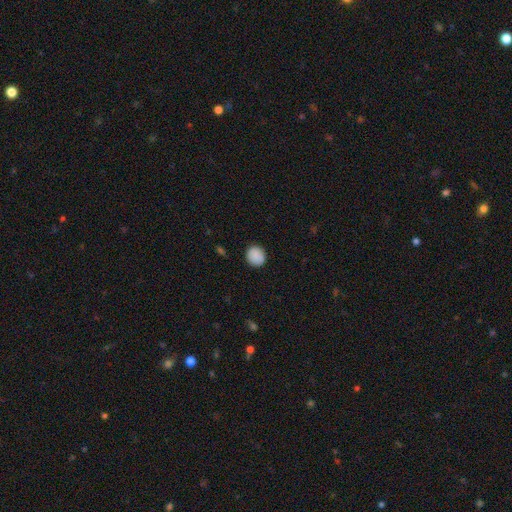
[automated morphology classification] This appears to be a smooth galaxy with no disk features (89%) that is round (83%). Merging: none (89%).